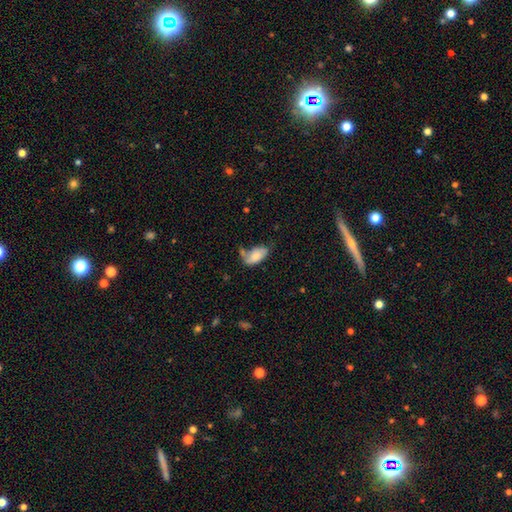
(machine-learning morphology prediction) Smooth or featured: smooth — 75% (featured or disk — 18%)
How rounded: in between — 94% (round — 3%)
Merging: none — 38% (minor disturbance — 30%)